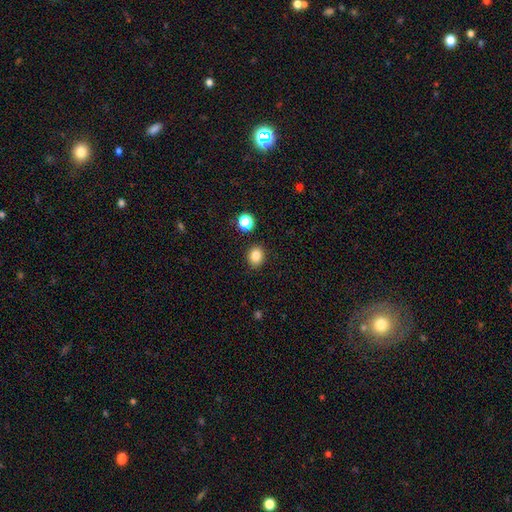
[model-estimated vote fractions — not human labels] Smooth or featured: smooth — 84% (star or artifact — 11%)
How rounded: round — 60% (in between — 40%)
Merging: none — 88% (minor disturbance — 7%)